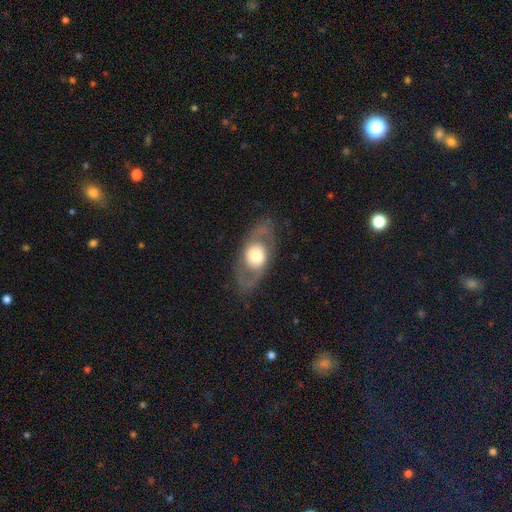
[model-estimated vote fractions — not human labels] A featured or disk galaxy (62%) with no bar (81%), no spiral arms (61%) and a moderate central bulge (43%).

Vote fractions:
- Smooth or featured? featured or disk: 62% / smooth: 32% / star or artifact: 6%
- Edge-on disk? no: 86% / yes: 14%
- Bar? no: 81% / weak: 14% / strong: 5%
- Spiral arms? no: 61% / yes: 39%
- Bulge size? moderate: 43% / large: 41% / dominant: 8% / small: 6% / none: 1%
- Merging? none: 78% / minor disturbance: 12% / major disturbance: 9% / merger: 1%